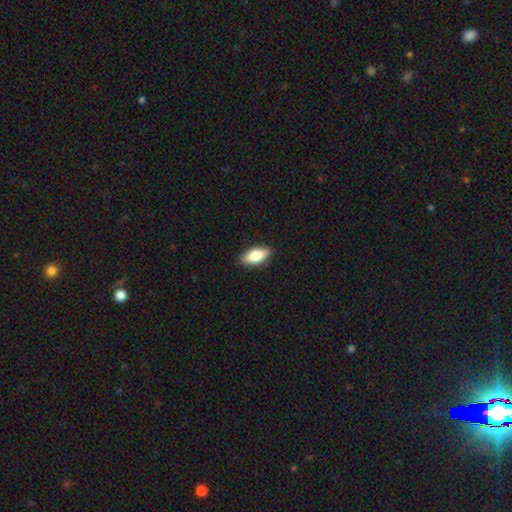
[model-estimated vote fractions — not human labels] The model was most divided on "smooth or featured": smooth: 79%, featured or disk: 15%, star or artifact: 6%. More confident: merging — none (87%); how rounded — in between (86%).